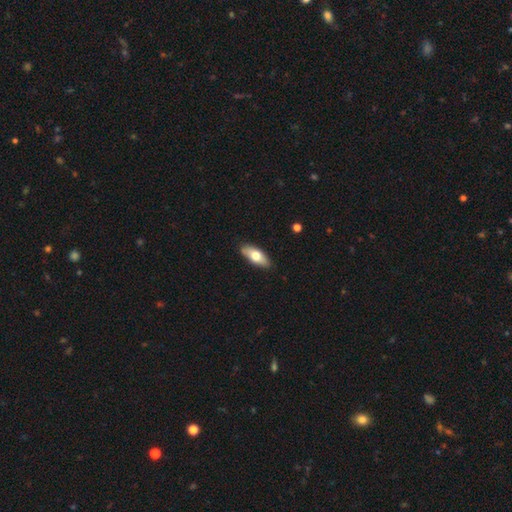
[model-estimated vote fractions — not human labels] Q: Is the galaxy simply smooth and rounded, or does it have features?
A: smooth — 68%.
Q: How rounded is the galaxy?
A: in between — 79%.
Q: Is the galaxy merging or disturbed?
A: none — 86%.